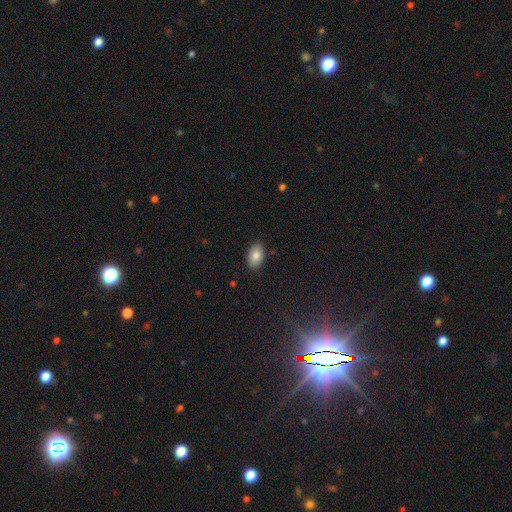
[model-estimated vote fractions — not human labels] Q: Smooth or featured?
A: smooth (85%); runner-up: star or artifact (7%)
Q: How rounded?
A: in between (93%); runner-up: round (6%)
Q: Merging?
A: none (88%); runner-up: minor disturbance (9%)